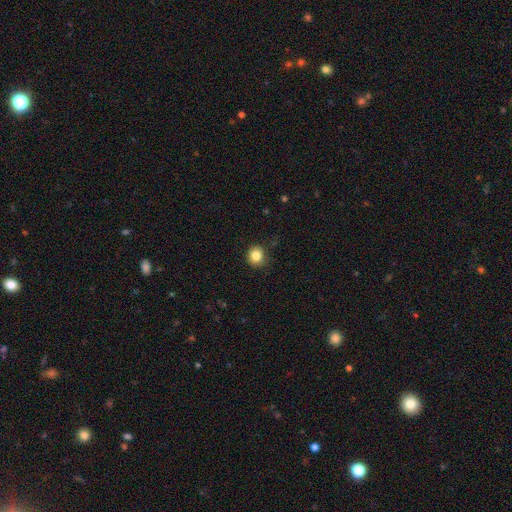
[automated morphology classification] Smooth or featured: smooth — 84% (star or artifact — 11%)
How rounded: round — 86% (in between — 13%)
Merging: none — 87% (minor disturbance — 9%)